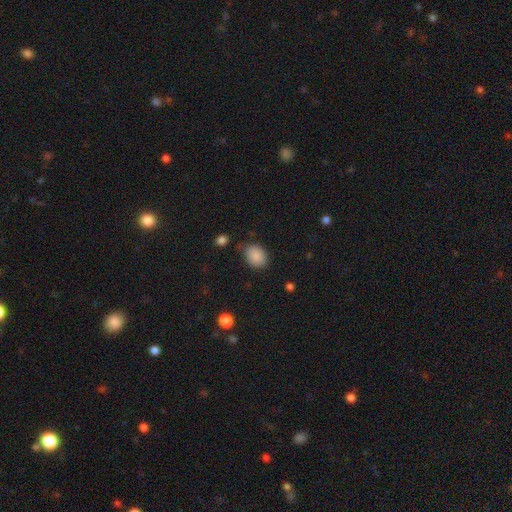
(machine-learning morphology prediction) Smooth or featured?
  - smooth: 87% *
  - star or artifact: 8%
  - featured or disk: 5%
How rounded?
  - in between: 67% *
  - round: 32%
  - cigar-shaped: 1%
Merging?
  - none: 78% *
  - minor disturbance: 16%
  - major disturbance: 4%
  - merger: 2%